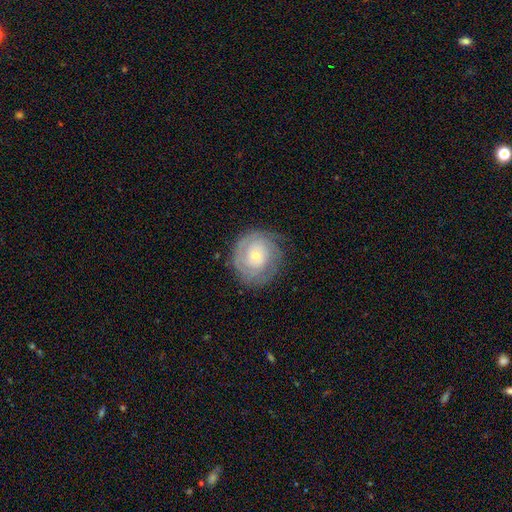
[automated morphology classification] type=featured or disk (69%); edge-on=no (97%); bar=no (79%); spiral arms=yes (85%); winding=tight (75%); arm count=can't tell (46%); bulge=small (65%); merging=none (75%).